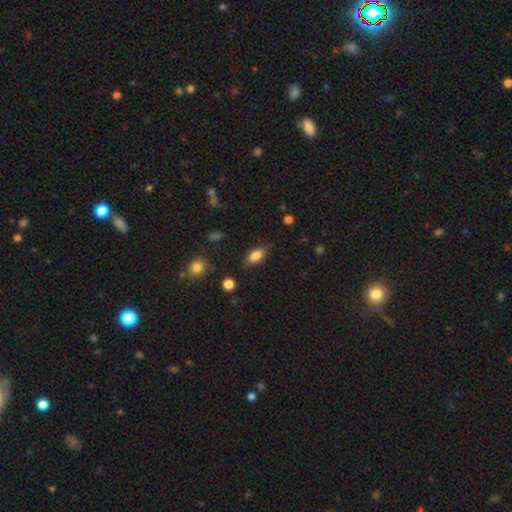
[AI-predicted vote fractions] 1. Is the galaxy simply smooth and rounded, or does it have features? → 77% smooth, 15% featured or disk, 9% star or artifact.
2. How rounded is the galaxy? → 84% in between, 11% cigar-shaped, 5% round.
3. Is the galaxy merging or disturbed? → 79% none, 15% minor disturbance, 4% major disturbance, 2% merger.